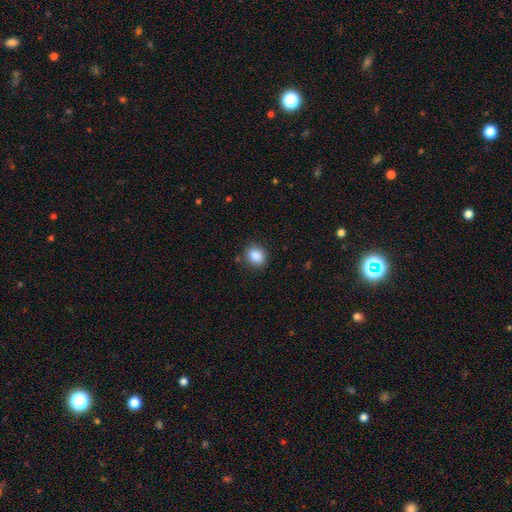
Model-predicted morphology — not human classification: This is clearly a smooth galaxy (88%). How rounded: likely round (64%). Merging: clearly none (85%).